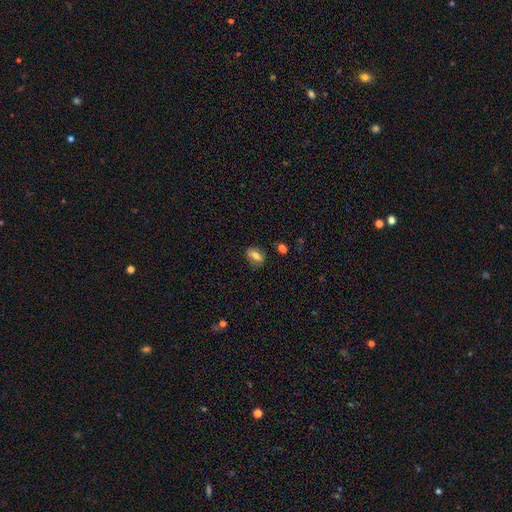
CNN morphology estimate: Smooth or featured: smooth — 72% (featured or disk — 18%)
How rounded: in between — 77% (round — 15%)
Merging: none — 79% (minor disturbance — 15%)